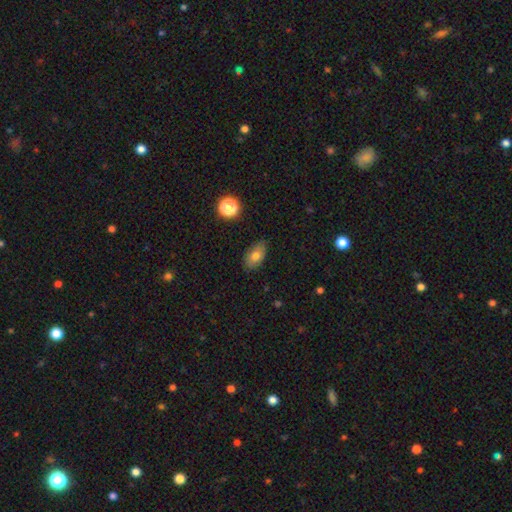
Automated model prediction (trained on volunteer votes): A smooth galaxy with no disk features (77%) that is in between round and cigar-shaped (89%). Merging: none (82%).